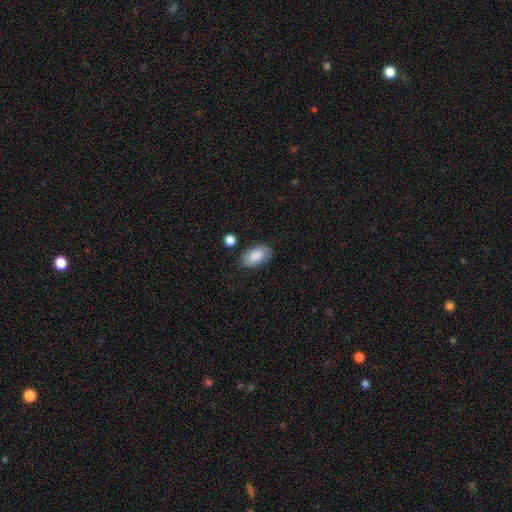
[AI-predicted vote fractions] Smooth or featured?
  - smooth: 84% *
  - featured or disk: 10%
  - star or artifact: 6%
How rounded?
  - in between: 94% *
  - round: 4%
  - cigar-shaped: 2%
Merging?
  - none: 77% *
  - minor disturbance: 17%
  - major disturbance: 4%
  - merger: 3%